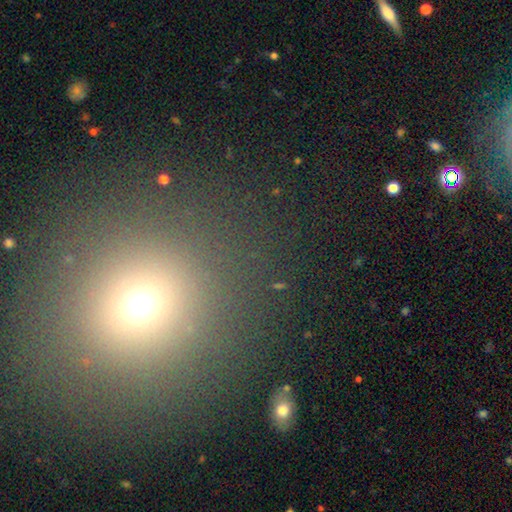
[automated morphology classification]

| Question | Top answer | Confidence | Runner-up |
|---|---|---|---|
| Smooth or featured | smooth | 54% | star or artifact (36%) |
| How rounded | round | 89% | in between (10%) |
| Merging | none | 85% | minor disturbance (7%) |